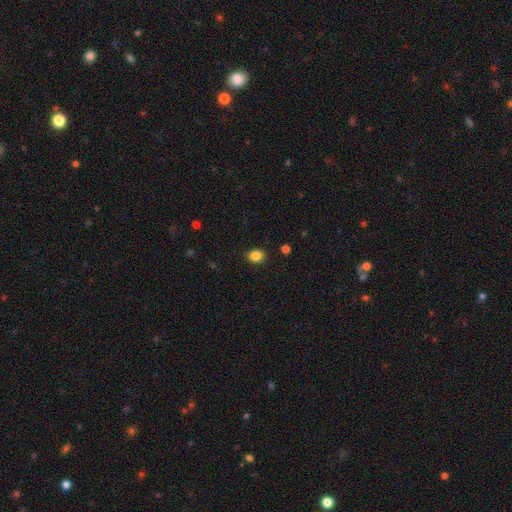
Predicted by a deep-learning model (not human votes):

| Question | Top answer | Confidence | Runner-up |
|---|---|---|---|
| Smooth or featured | smooth | 85% | star or artifact (11%) |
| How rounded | round | 51% | in between (48%) |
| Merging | none | 89% | minor disturbance (7%) |